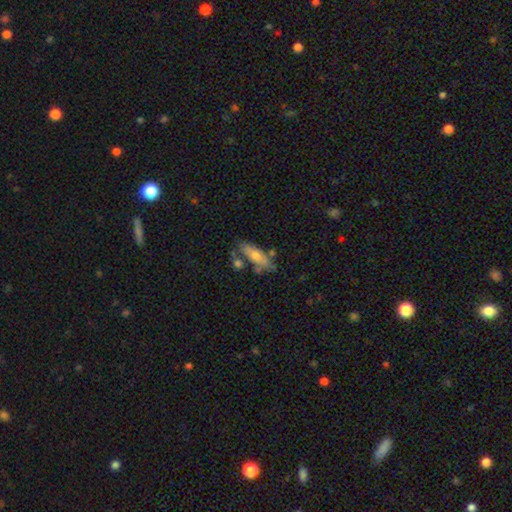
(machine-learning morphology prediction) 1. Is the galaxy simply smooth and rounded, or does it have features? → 59% smooth, 34% featured or disk, 7% star or artifact.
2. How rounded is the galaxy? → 51% in between, 46% cigar-shaped, 2% round.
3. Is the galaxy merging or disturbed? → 58% none, 20% minor disturbance, 16% merger, 6% major disturbance.